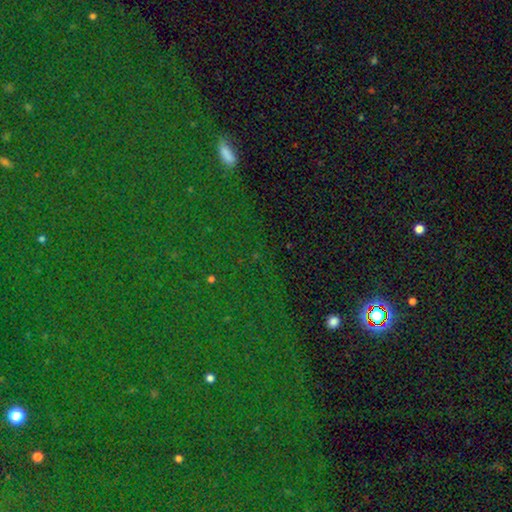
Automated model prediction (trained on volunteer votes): This appears to be a star or artifact, not a galaxy (83%).